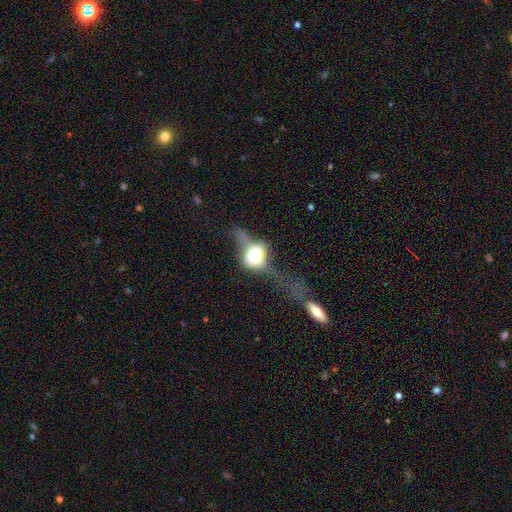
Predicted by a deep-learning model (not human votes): Smooth or featured? Predicted: featured or disk (p=0.54). Edge-on disk? Predicted: yes (p=0.74). Merging? Predicted: major disturbance (p=0.45).